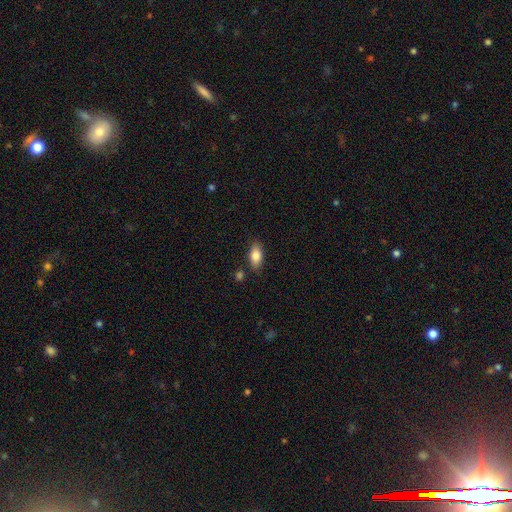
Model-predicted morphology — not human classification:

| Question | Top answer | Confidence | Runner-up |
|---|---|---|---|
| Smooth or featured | smooth | 82% | featured or disk (11%) |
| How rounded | in between | 87% | cigar-shaped (8%) |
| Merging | none | 81% | minor disturbance (13%) |